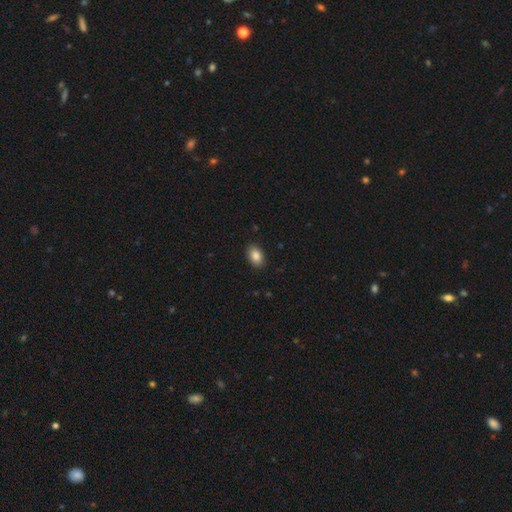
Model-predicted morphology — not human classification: This appears to be a smooth galaxy with no disk features (87%) that is in between round and cigar-shaped (85%). Merging: none (89%).